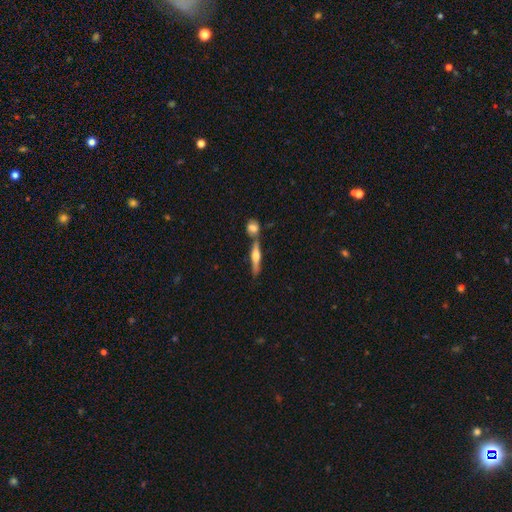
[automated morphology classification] A featured or disk galaxy (59%) viewed edge-on (94%) with a rounded central bulge (88%).

Vote fractions:
- Smooth or featured? featured or disk: 59% / smooth: 35% / star or artifact: 6%
- Edge-on disk? yes: 94% / no: 6%
- Edge-on bulge? rounded: 88% / boxy: 7% / none: 5%
- Merging? none: 61% / merger: 27% / minor disturbance: 10% / major disturbance: 3%